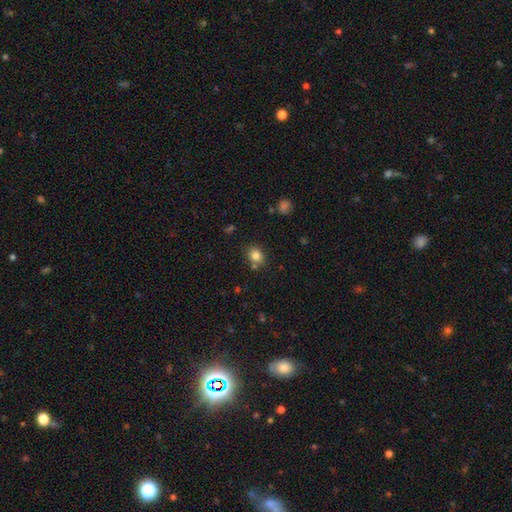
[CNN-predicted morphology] A smooth galaxy with no disk features (82%) that is round (60%).

Vote fractions:
- Smooth or featured? smooth: 82% / star or artifact: 11% / featured or disk: 7%
- How rounded? round: 60% / in between: 39% / cigar-shaped: 1%
- Merging? none: 74% / minor disturbance: 12% / merger: 10% / major disturbance: 4%